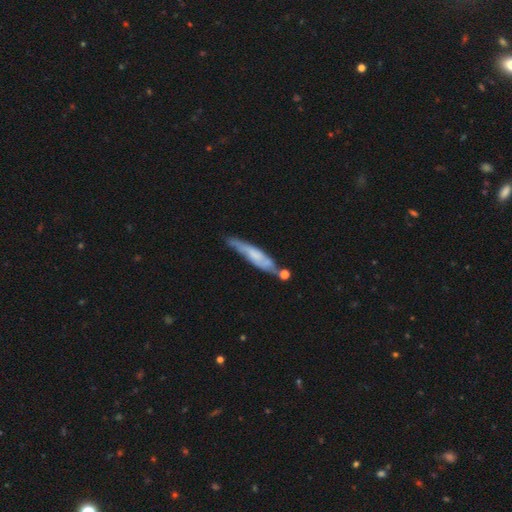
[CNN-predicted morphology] This is possibly a featured or disk galaxy (51%). It is likely viewed edge-on (62%). Merging: possibly none (50%).